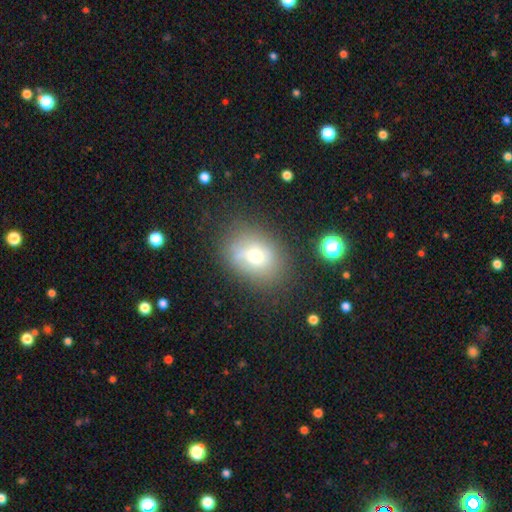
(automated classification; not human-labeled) This is likely a smooth galaxy (62%). How rounded: possibly in between (54%). Merging: likely none (72%).